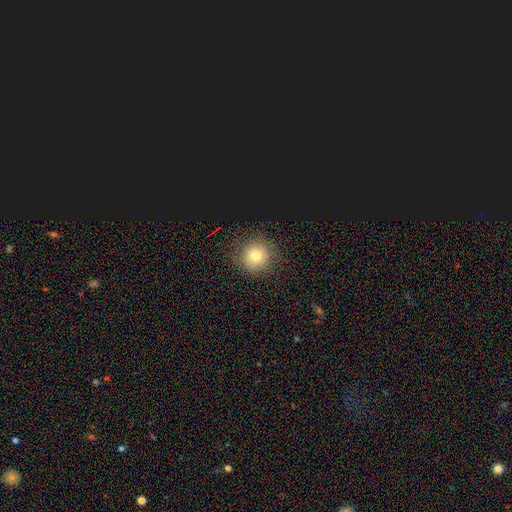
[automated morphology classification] type=smooth (74%); roundness=round (93%); merging=none (87%).